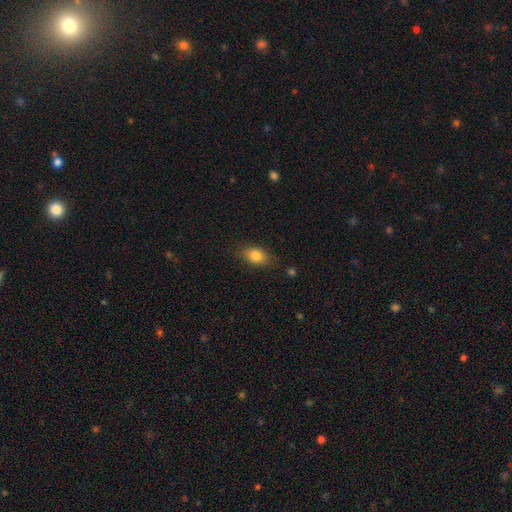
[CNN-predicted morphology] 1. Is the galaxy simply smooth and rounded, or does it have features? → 82% smooth, 9% star or artifact, 9% featured or disk.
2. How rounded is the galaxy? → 81% in between, 16% round, 3% cigar-shaped.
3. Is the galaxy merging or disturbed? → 82% none, 13% minor disturbance, 3% major disturbance, 1% merger.